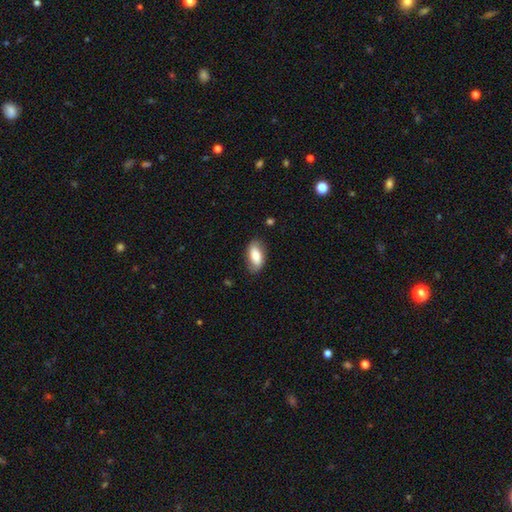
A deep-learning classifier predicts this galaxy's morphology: Smooth or featured? Predicted: smooth (p=0.73). How rounded? Predicted: in between (p=0.90). Merging? Predicted: none (p=0.78).